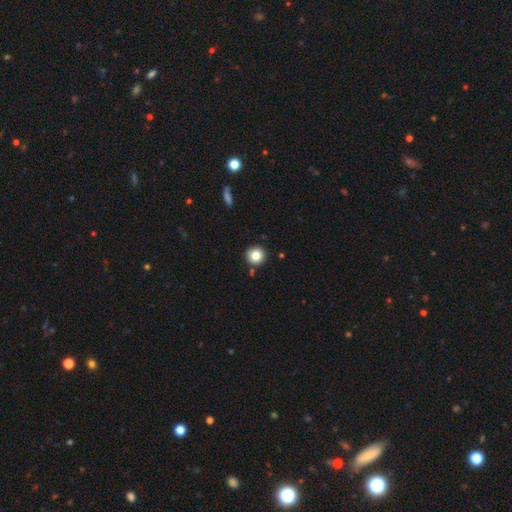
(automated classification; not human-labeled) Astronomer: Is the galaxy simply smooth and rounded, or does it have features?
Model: smooth — 83%.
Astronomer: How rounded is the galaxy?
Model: round — 92%.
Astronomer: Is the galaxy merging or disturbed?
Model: none — 88%.